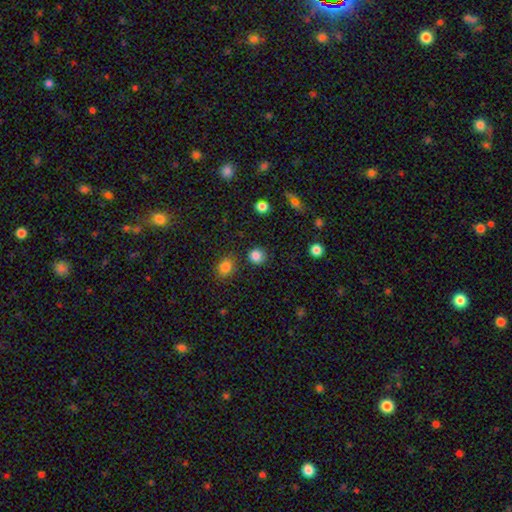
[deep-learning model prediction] The model was most divided on "smooth or featured": smooth: 84%, star or artifact: 12%, featured or disk: 4%. More confident: how rounded — round (90%); merging — none (87%).